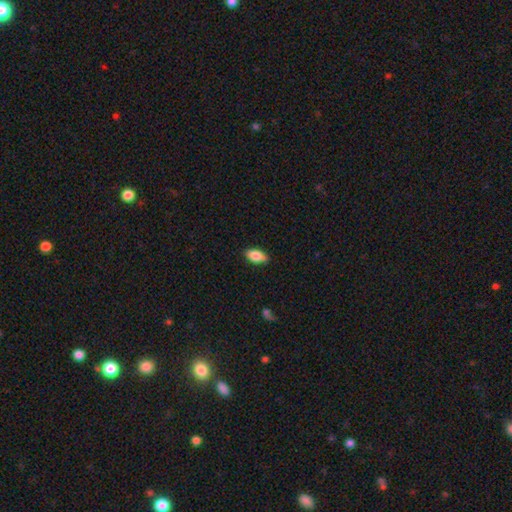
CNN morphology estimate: A smooth galaxy with no disk features (83%) that is in between round and cigar-shaped (90%). Merging: none (85%).